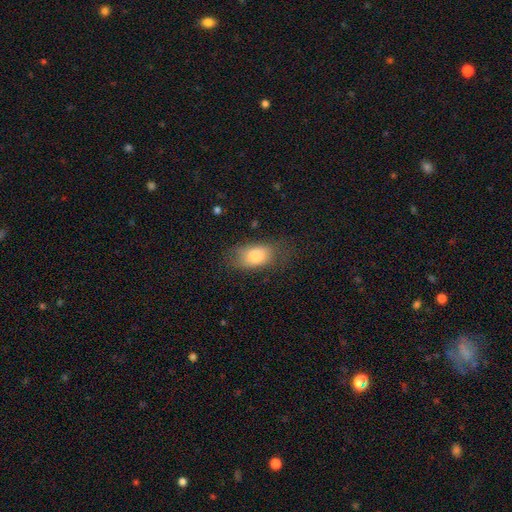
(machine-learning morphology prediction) Smooth or featured? smooth (79%)
How rounded? in between (87%)
Merging? none (61%)